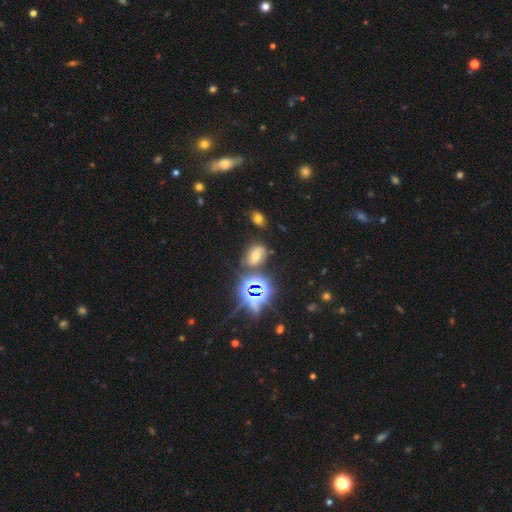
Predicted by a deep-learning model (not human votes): smooth-or-featured: smooth: 41% | star or artifact: 40% | featured or disk: 19%
  merging: none: 68% | minor disturbance: 18% | major disturbance: 8% | merger: 7%